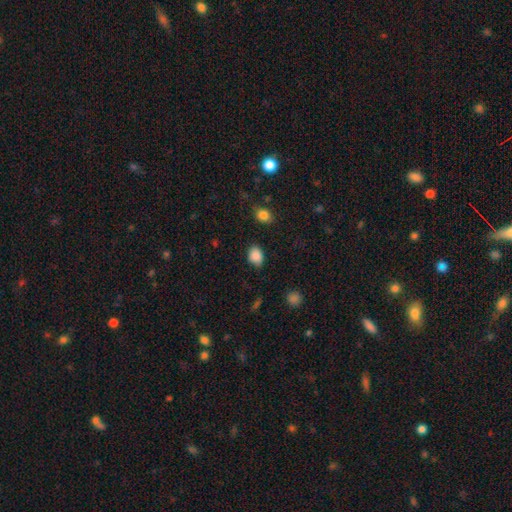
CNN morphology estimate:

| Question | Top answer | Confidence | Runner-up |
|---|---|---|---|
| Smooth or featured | smooth | 88% | star or artifact (8%) |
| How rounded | in between | 68% | round (31%) |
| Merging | none | 78% | minor disturbance (16%) |